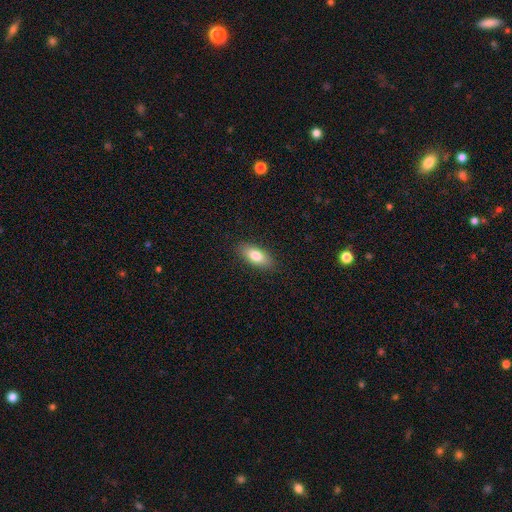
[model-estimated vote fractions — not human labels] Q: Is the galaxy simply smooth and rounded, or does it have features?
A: smooth — 80%.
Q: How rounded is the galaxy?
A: in between — 85%.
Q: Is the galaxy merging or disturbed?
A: none — 88%.